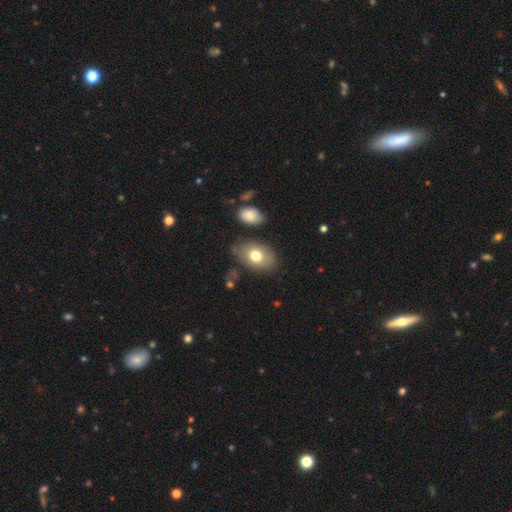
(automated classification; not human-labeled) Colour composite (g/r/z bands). It shows a smooth galaxy with no disk features (74%) that is in between round and cigar-shaped (85%). Merging: none (75%).